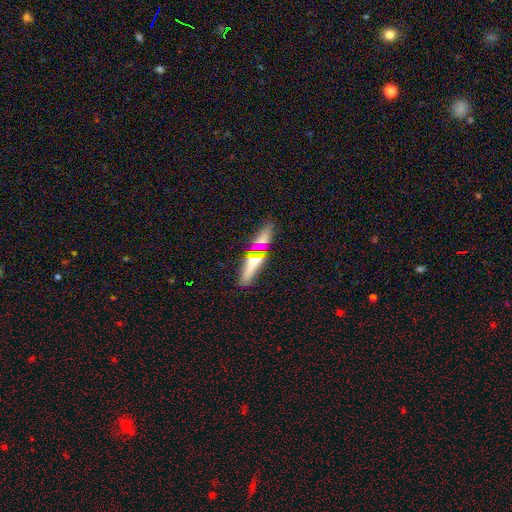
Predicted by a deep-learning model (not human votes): Smooth or featured?
  - smooth: 62% *
  - featured or disk: 25%
  - star or artifact: 14%
How rounded?
  - cigar-shaped: 64% *
  - in between: 31%
  - round: 5%
Merging?
  - none: 80% *
  - minor disturbance: 11%
  - merger: 5%
  - major disturbance: 3%